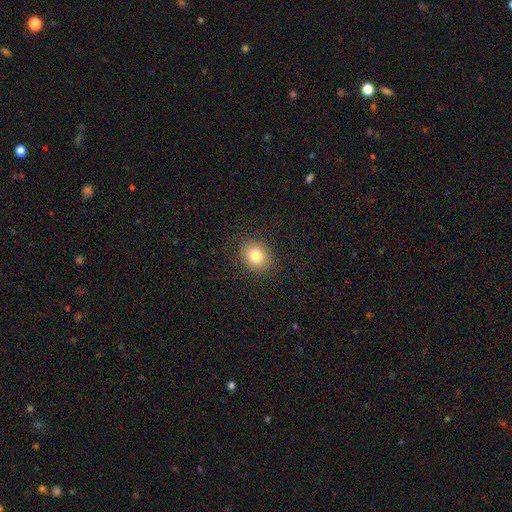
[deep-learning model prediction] Morphology: type=smooth (79%); roundness=round (64%); merging=none (87%).